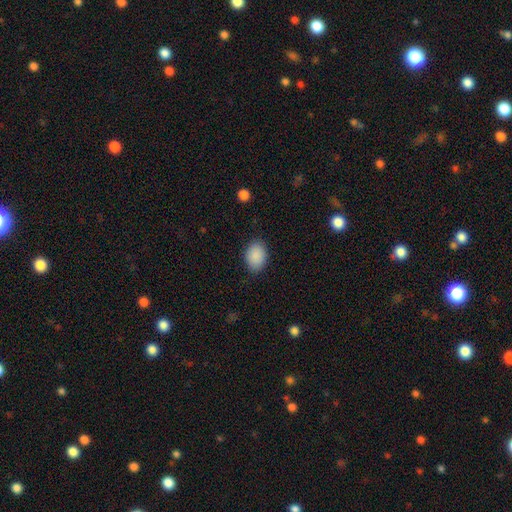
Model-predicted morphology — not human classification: A smooth galaxy with no disk features (90%) that is in between round and cigar-shaped (79%). Merging: none (85%).